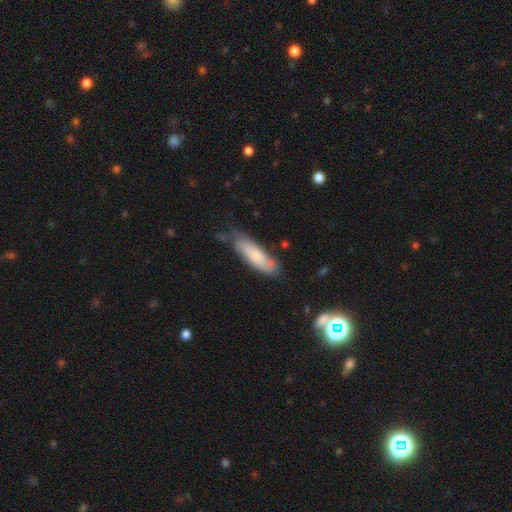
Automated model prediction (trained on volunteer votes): This appears to be a smooth galaxy with no disk features (64%) that is cigar-shaped (54%). Merging: none (59%).